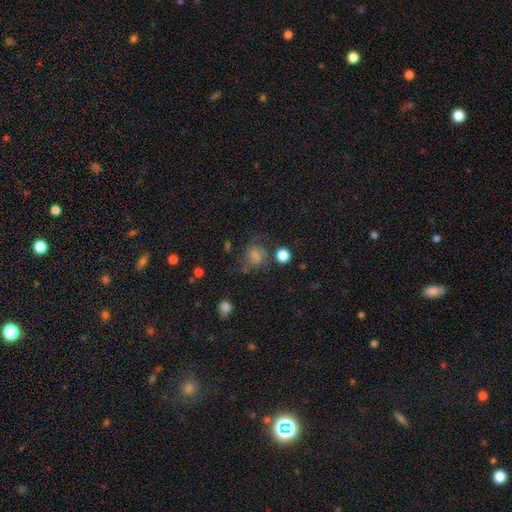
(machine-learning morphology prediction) smooth-or-featured: smooth: 63% | featured or disk: 22% | star or artifact: 16%
  how-rounded: round: 59% | in between: 40% | cigar-shaped: 1%
  merging: none: 44% | major disturbance: 25% | minor disturbance: 23% | merger: 7%